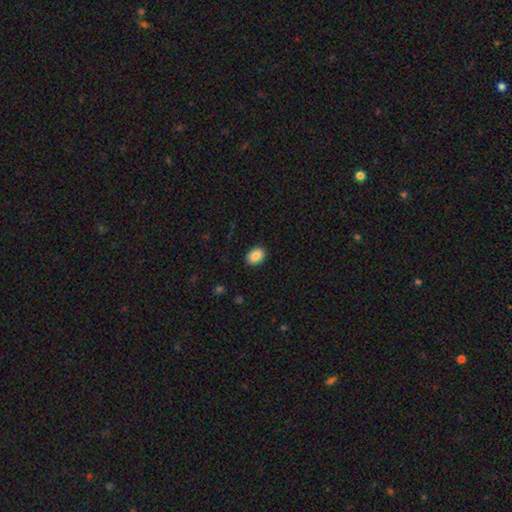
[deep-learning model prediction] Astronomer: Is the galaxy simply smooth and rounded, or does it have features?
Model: smooth — 87%.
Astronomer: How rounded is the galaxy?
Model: in between — 70%.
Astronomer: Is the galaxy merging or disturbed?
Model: none — 90%.